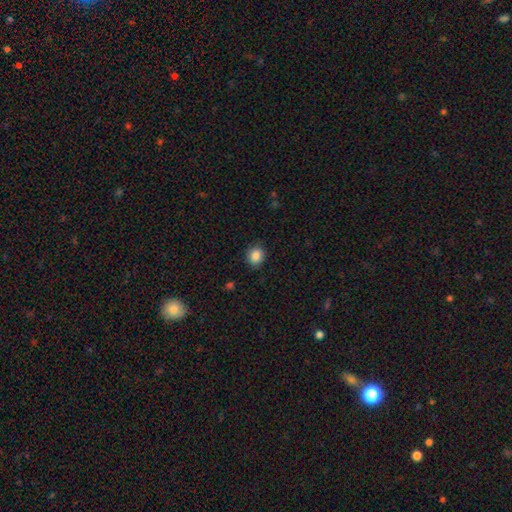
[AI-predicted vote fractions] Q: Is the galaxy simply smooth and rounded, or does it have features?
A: smooth — 86%.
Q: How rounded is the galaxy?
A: round — 78%.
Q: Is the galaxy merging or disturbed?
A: none — 89%.